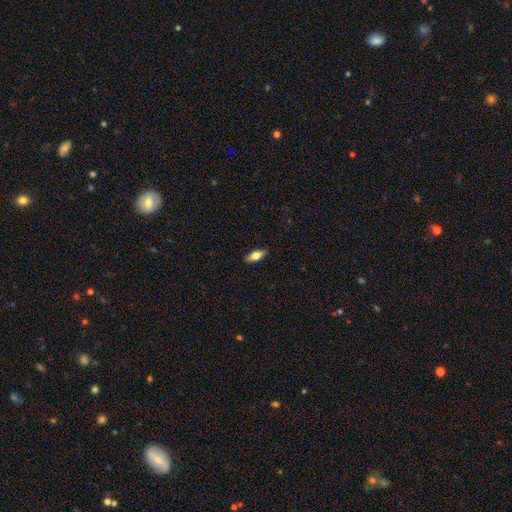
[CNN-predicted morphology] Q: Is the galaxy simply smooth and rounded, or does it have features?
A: smooth — 71%.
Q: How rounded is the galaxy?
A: in between — 81%.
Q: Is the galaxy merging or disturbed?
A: none — 88%.